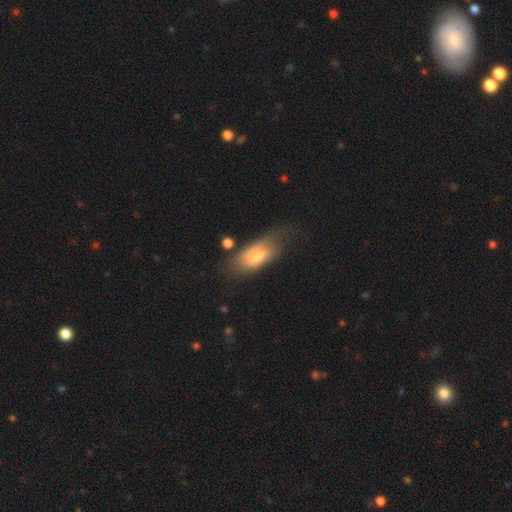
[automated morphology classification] Smooth or featured?
  - smooth: 68% *
  - featured or disk: 25%
  - star or artifact: 7%
How rounded?
  - in between: 82% *
  - cigar-shaped: 15%
  - round: 3%
Merging?
  - none: 43% *
  - minor disturbance: 32%
  - major disturbance: 21%
  - merger: 4%